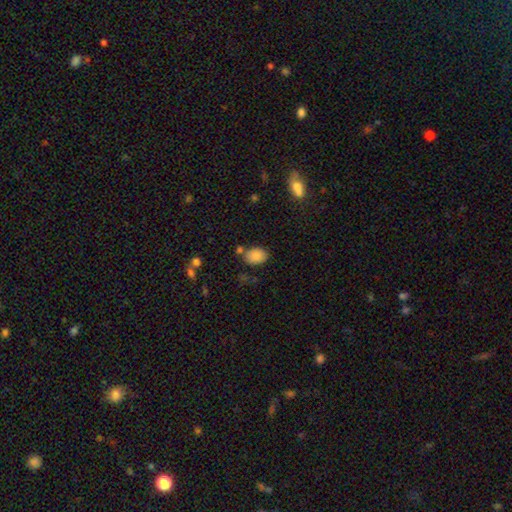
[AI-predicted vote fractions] Overall: smooth (86%). How rounded: in between (76%). Merging: none (72%).